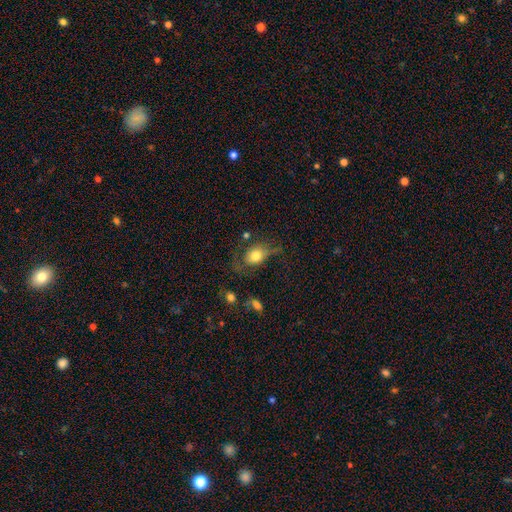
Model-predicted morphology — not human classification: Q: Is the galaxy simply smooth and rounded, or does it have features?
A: smooth — 72%.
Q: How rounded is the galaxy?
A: in between — 65%.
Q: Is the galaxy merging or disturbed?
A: none — 46%.